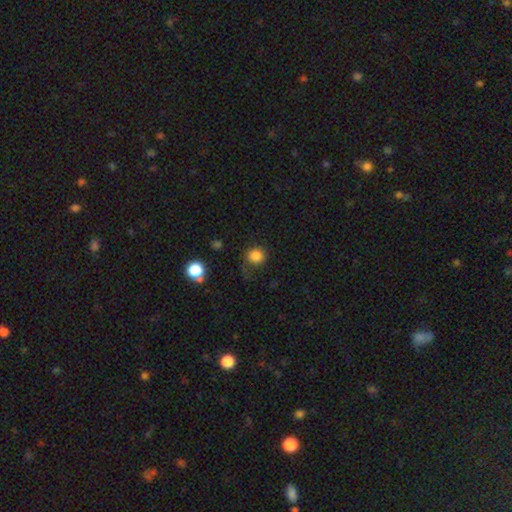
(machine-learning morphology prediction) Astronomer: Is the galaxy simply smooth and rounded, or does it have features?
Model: smooth — 83%.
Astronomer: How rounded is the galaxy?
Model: round — 87%.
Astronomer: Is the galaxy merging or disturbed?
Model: none — 64%.